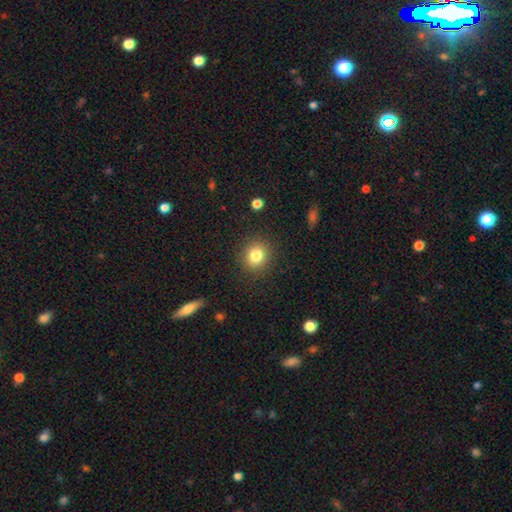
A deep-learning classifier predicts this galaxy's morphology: smooth-or-featured: smooth: 81% | star or artifact: 11% | featured or disk: 7%
  how-rounded: round: 80% | in between: 19% | cigar-shaped: 1%
  merging: none: 88% | minor disturbance: 8% | major disturbance: 3% | merger: 1%